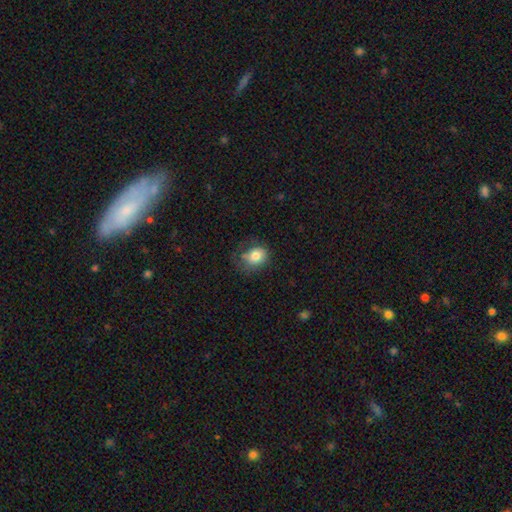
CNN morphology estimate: smooth-or-featured: smooth: 77% | featured or disk: 13% | star or artifact: 9%
  how-rounded: round: 59% | in between: 40% | cigar-shaped: 1%
  merging: none: 52% | minor disturbance: 28% | major disturbance: 17% | merger: 3%